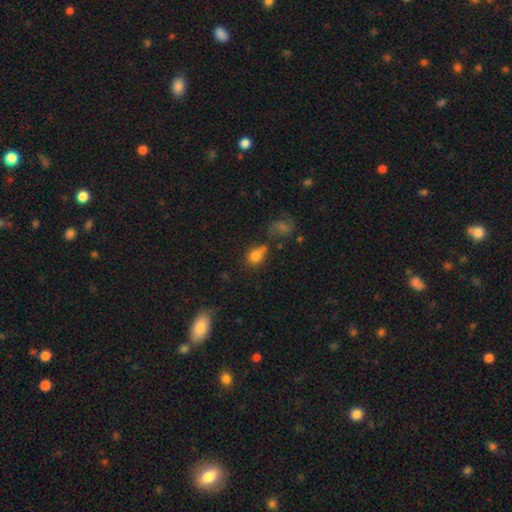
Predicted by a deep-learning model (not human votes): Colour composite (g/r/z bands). It shows a smooth galaxy with no disk features (76%) that is round (54%). Merging: none (47%).